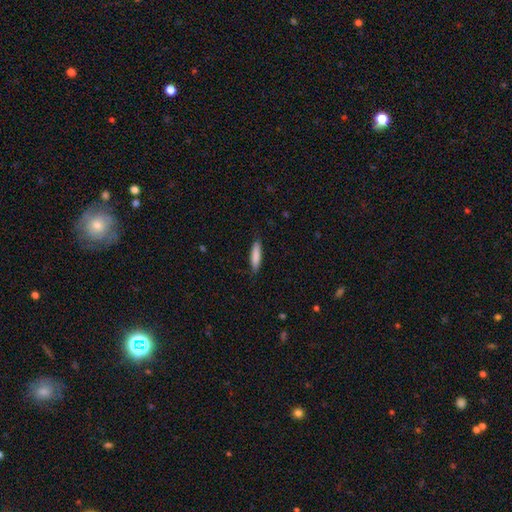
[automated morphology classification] Q: Smooth or featured?
A: smooth (85%); runner-up: featured or disk (9%)
Q: How rounded?
A: cigar-shaped (73%); runner-up: in between (25%)
Q: Merging?
A: none (86%); runner-up: minor disturbance (11%)